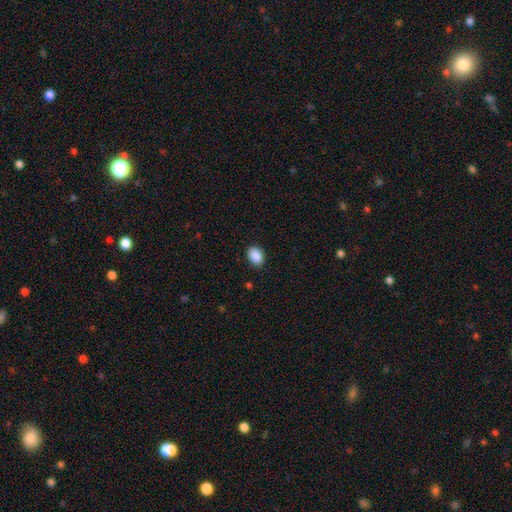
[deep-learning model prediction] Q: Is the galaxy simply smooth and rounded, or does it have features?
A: smooth — 89%.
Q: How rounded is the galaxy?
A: in between — 75%.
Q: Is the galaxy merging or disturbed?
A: none — 88%.